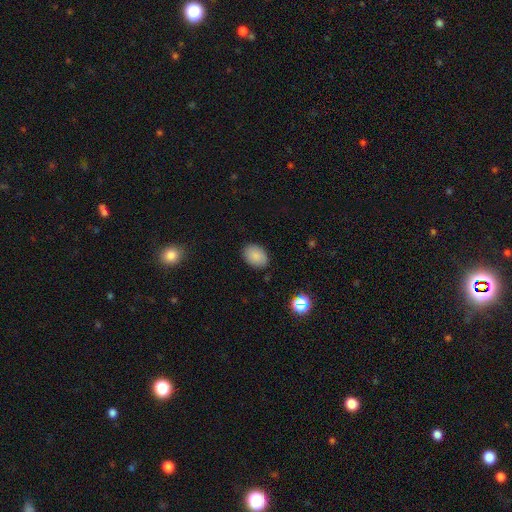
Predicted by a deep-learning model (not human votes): Morphology: type=smooth (86%); roundness=in between (79%); merging=none (87%).